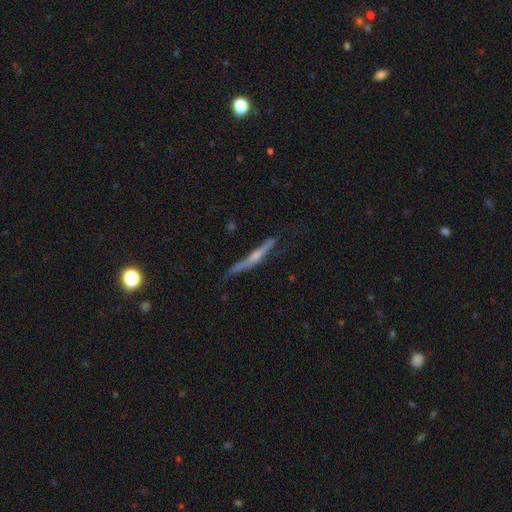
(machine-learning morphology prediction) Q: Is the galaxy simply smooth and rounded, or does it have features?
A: featured or disk — 67%.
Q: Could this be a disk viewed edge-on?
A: yes — 95%.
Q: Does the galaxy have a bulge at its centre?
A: rounded — 64%.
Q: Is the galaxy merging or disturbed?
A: none — 70%.